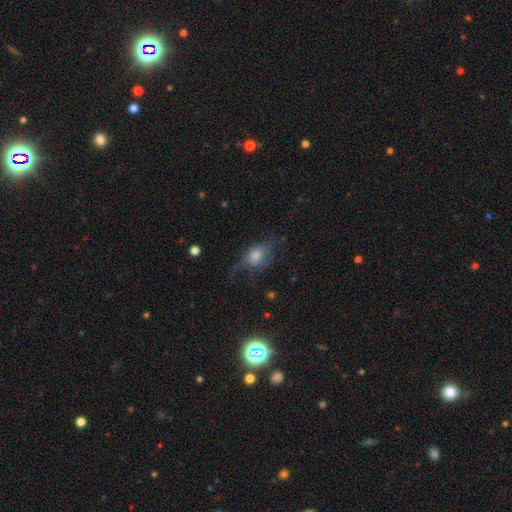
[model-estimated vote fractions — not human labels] smooth_or_featured: featured or disk (p=0.46) [alt: smooth p=0.37]
merging: none (p=0.44) [alt: major disturbance p=0.31]